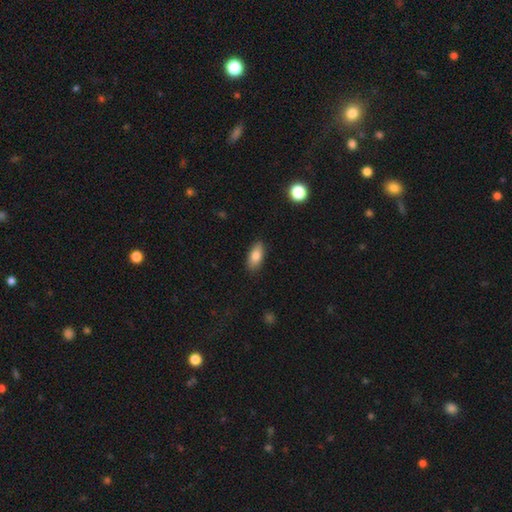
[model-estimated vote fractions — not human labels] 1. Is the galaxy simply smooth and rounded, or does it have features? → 82% smooth, 11% featured or disk, 7% star or artifact.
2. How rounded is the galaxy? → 86% in between, 10% cigar-shaped, 3% round.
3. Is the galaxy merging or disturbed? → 87% none, 10% minor disturbance, 2% major disturbance, 1% merger.